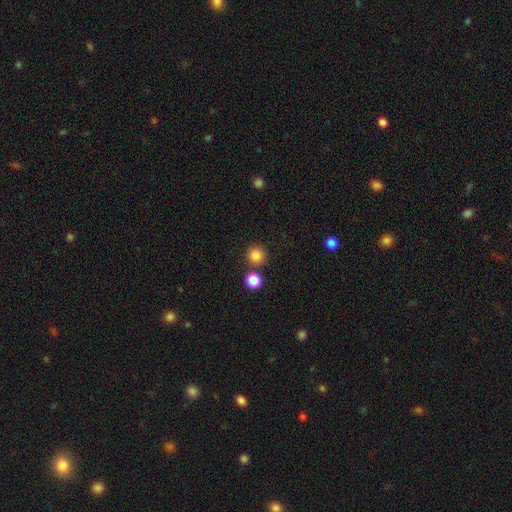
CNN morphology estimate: Smooth or featured: smooth — 84% (star or artifact — 12%)
How rounded: round — 94% (in between — 5%)
Merging: none — 82% (merger — 9%)